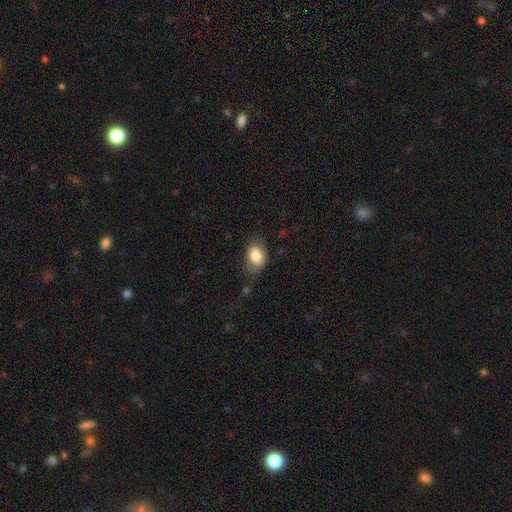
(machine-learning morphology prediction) Q: Smooth or featured?
A: smooth (82%); runner-up: featured or disk (10%)
Q: How rounded?
A: in between (83%); runner-up: round (15%)
Q: Merging?
A: none (64%); runner-up: minor disturbance (26%)